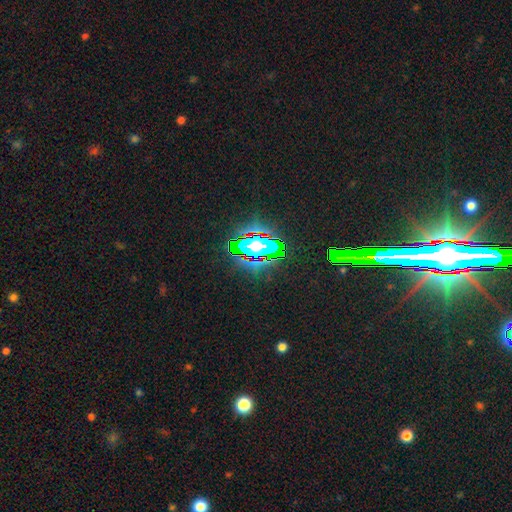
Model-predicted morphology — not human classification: The model was most divided on "smooth or featured": star or artifact: 80%, smooth: 10%, featured or disk: 10%.